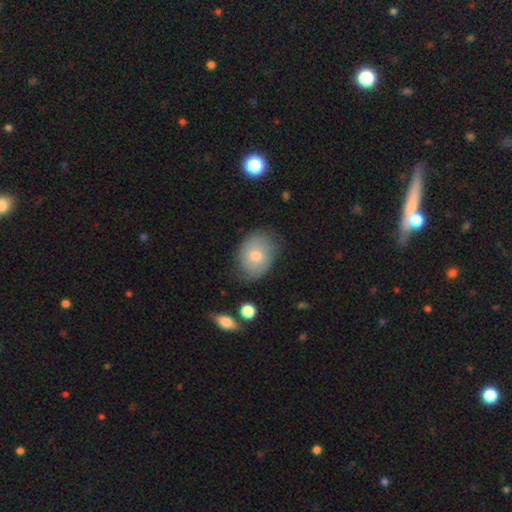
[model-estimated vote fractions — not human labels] Overall: smooth (67%). How rounded: in between (69%; round 30%). Merging: none (73%).